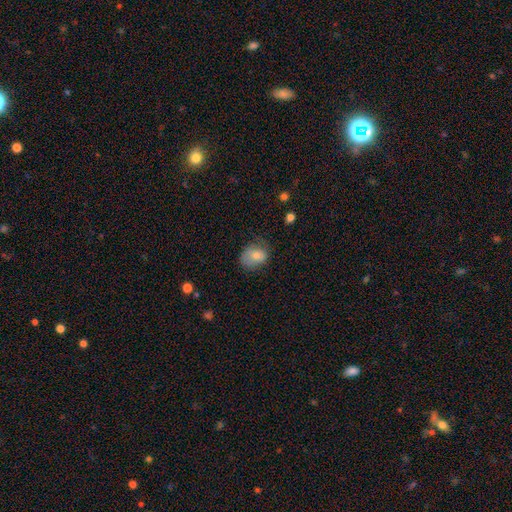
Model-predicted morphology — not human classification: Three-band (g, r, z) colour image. It shows a smooth galaxy with no disk features (76%) that is in between round and cigar-shaped (60%). Merging: none (54%).